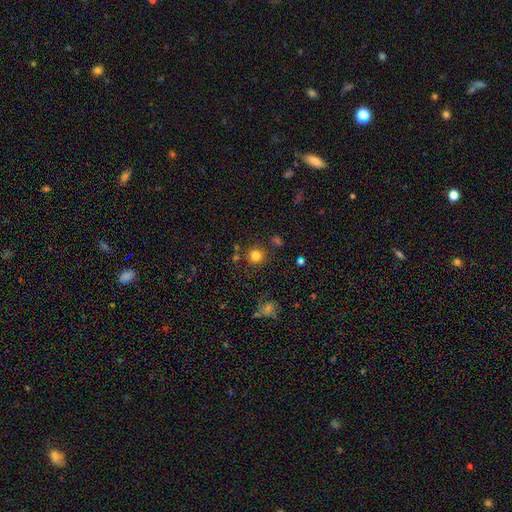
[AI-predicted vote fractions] A smooth galaxy with no disk features (80%) that is round (92%).

Vote fractions:
- Smooth or featured? smooth: 80% / star or artifact: 14% / featured or disk: 6%
- How rounded? round: 92% / in between: 7% / cigar-shaped: 1%
- Merging? none: 82% / minor disturbance: 9% / merger: 6% / major disturbance: 4%